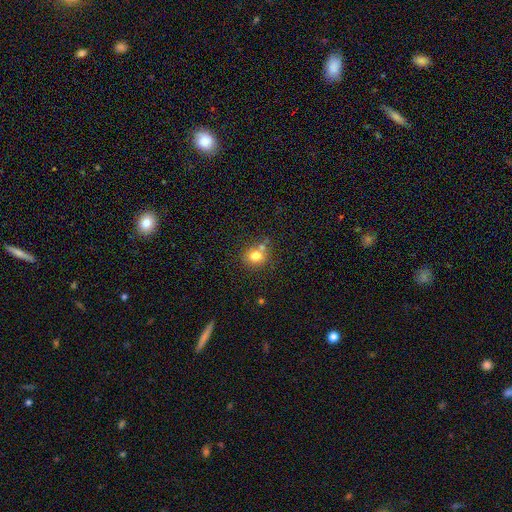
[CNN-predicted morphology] A smooth galaxy with no disk features (76%) that is round (83%). Merging: none (63%).